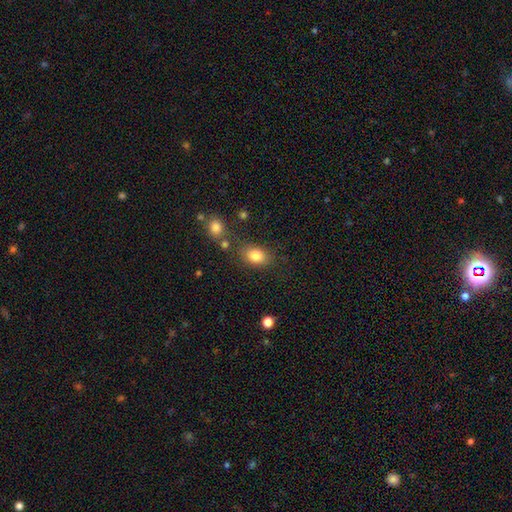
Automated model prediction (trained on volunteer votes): This appears to be a smooth galaxy with no disk features (82%) that is in between round and cigar-shaped (72%). Merging: none (73%).